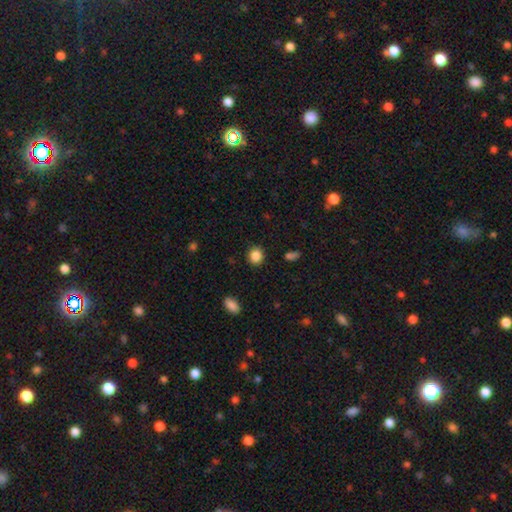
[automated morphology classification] smooth 87%, star or artifact 10%, featured or disk 4%. Down the decision tree: how rounded — round (80%); merging — none (88%).